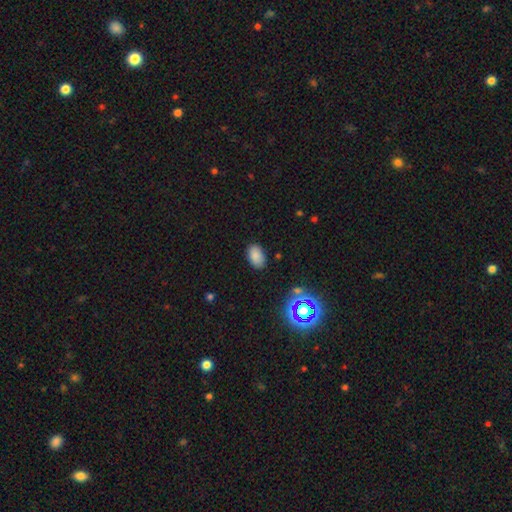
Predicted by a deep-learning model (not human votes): Morphology: type=smooth (82%); roundness=in between (92%); merging=none (84%).